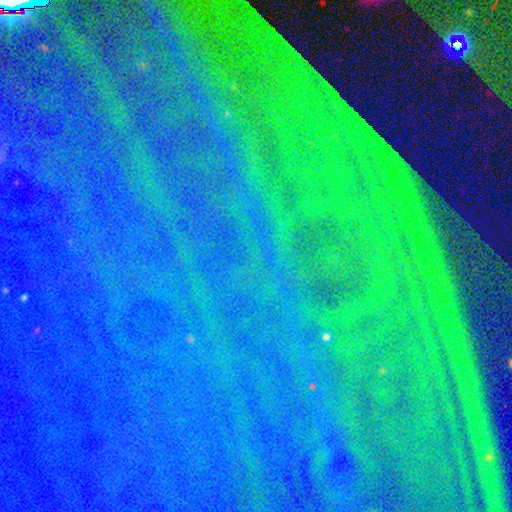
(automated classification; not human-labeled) The model was most divided on "smooth or featured": star or artifact: 87%, featured or disk: 7%, smooth: 7%.